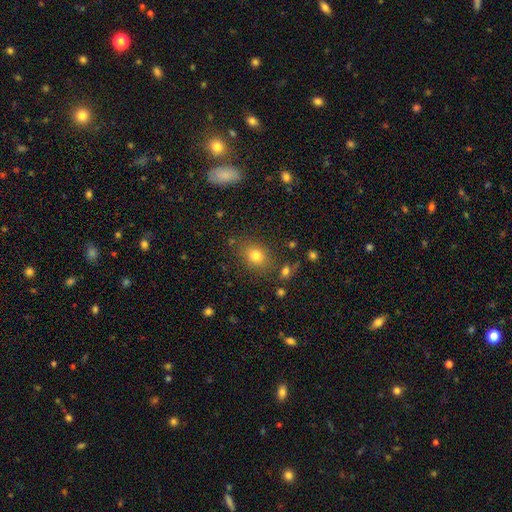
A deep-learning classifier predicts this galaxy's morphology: Smooth or featured: smooth — 78% (star or artifact — 14%)
How rounded: in between — 52% (round — 47%)
Merging: none — 79% (minor disturbance — 12%)